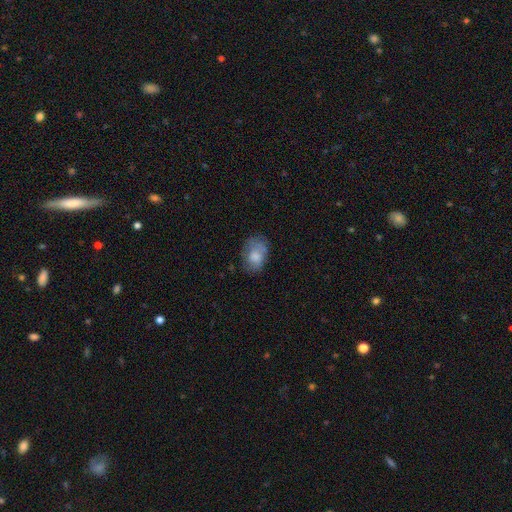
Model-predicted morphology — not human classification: The model was most divided on "merging": none: 55%, minor disturbance: 28%, major disturbance: 15%, merger: 2%. More confident: how rounded — in between (79%); smooth or featured — smooth (71%).